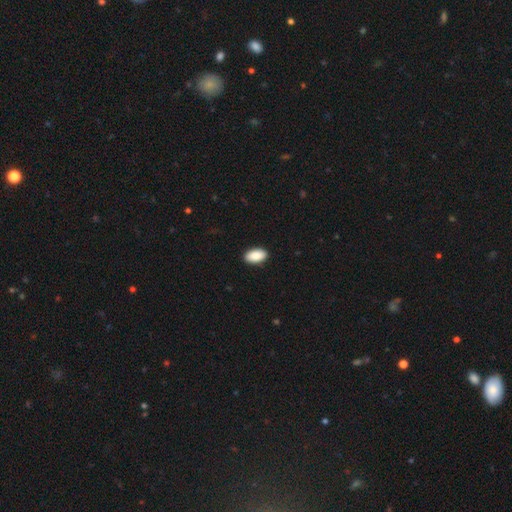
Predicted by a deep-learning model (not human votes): Overall: smooth (90%). How rounded: in between (95%). Merging: none (91%).